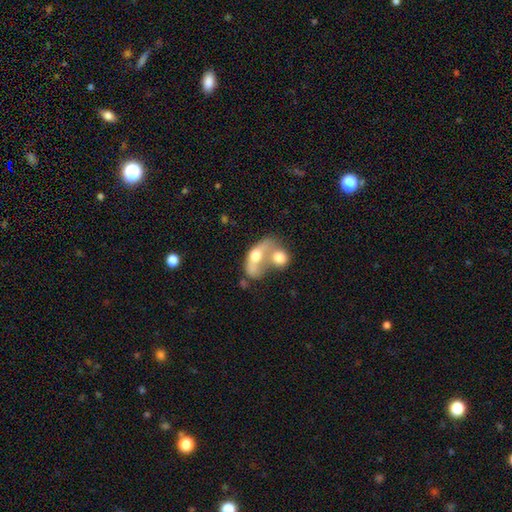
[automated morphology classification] This appears to be a smooth galaxy with no disk features (58%) that is in between round and cigar-shaped (74%). Merging: merger (76%).